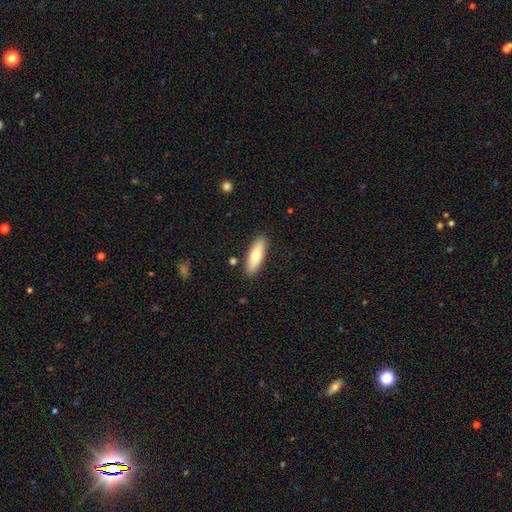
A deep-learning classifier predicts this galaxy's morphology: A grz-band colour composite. It shows a smooth galaxy with no disk features (68%) that is in between round and cigar-shaped (58%). Merging: none (87%).